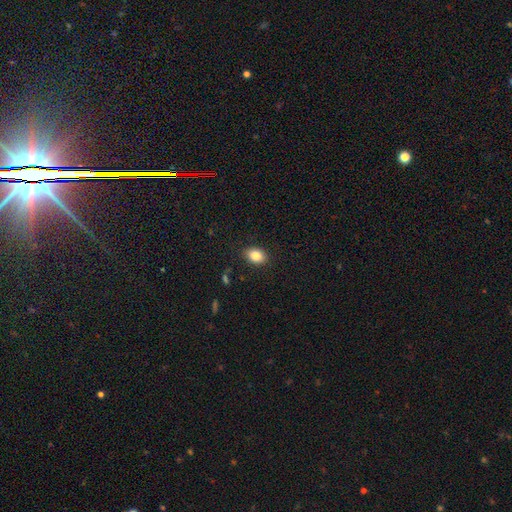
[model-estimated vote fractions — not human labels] Q: Smooth or featured?
A: smooth (84%); runner-up: star or artifact (9%)
Q: How rounded?
A: in between (76%); runner-up: round (23%)
Q: Merging?
A: none (88%); runner-up: minor disturbance (9%)